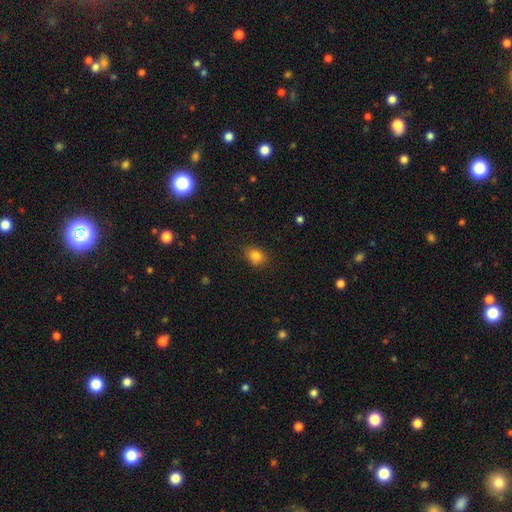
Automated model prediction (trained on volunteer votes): A smooth galaxy with no disk features (83%) that is round (53%).

Vote fractions:
- Smooth or featured? smooth: 83% / star or artifact: 11% / featured or disk: 6%
- How rounded? round: 53% / in between: 46% / cigar-shaped: 1%
- Merging? none: 80% / minor disturbance: 15% / major disturbance: 3% / merger: 1%